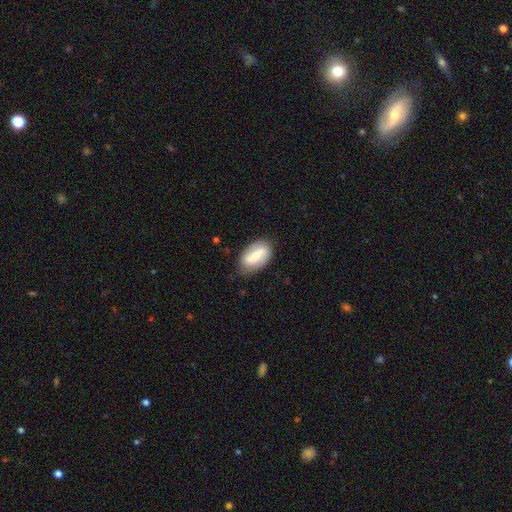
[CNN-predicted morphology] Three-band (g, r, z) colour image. It shows a smooth galaxy with no disk features (50%) that is in between round and cigar-shaped (90%). Merging: none (78%).